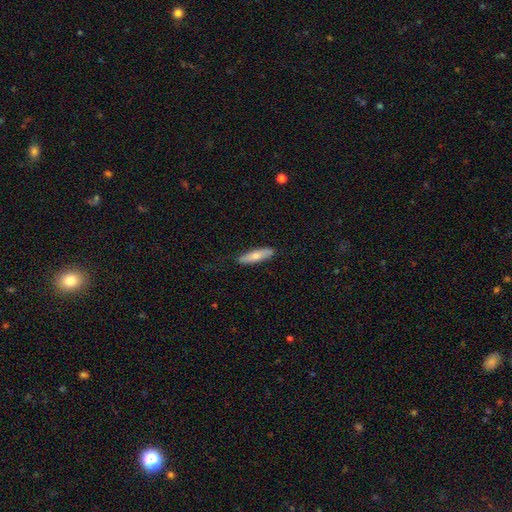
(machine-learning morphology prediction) This is likely a smooth galaxy (66%). How rounded: likely cigar-shaped (69%). Merging: clearly none (85%).